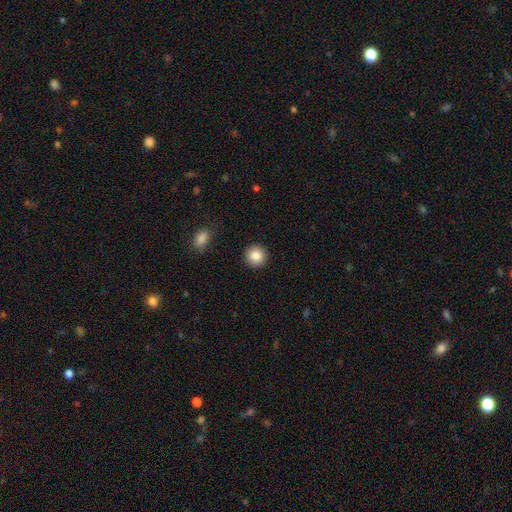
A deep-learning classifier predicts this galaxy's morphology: This appears to be a smooth galaxy with no disk features (86%) that is round (94%). Merging: none (92%).